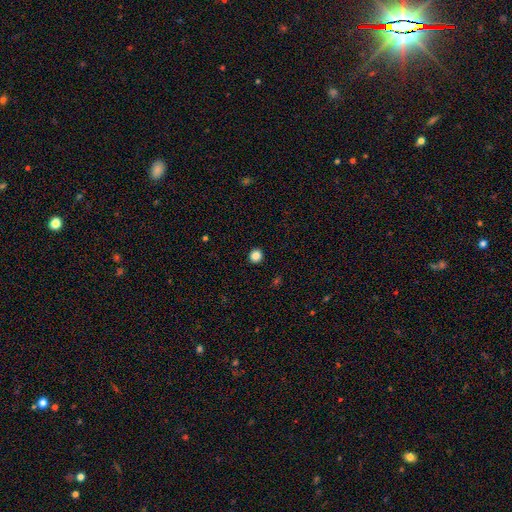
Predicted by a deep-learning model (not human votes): The model was most divided on "smooth or featured": smooth: 86%, star or artifact: 11%, featured or disk: 4%. More confident: merging — none (93%); how rounded — round (90%).